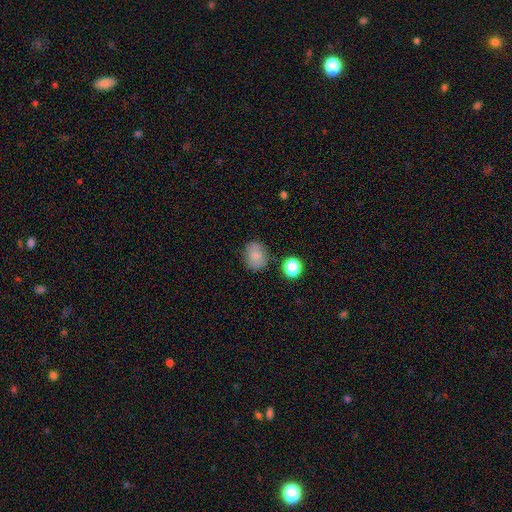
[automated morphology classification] A smooth galaxy with no disk features (78%) that is round (53%).

Vote fractions:
- Smooth or featured? smooth: 78% / featured or disk: 11% / star or artifact: 10%
- How rounded? round: 53% / in between: 46% / cigar-shaped: 1%
- Merging? none: 78% / minor disturbance: 15% / merger: 4% / major disturbance: 4%